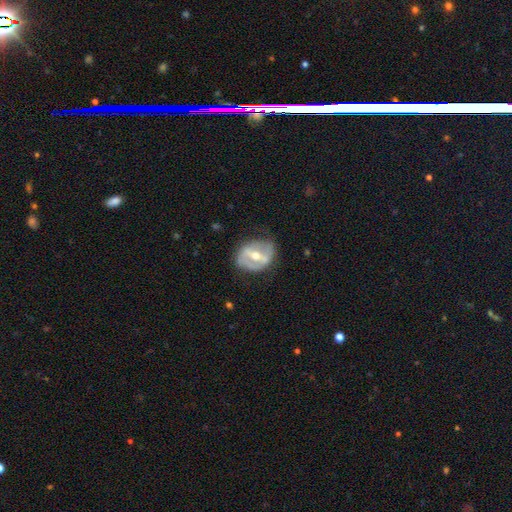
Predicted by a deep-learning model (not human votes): Smooth or featured? featured or disk (72%)
Edge-on disk? no (94%)
Bar? strong (57%)
Spiral arms? no (53%)
Bulge size? moderate (72%)
Merging? none (64%)